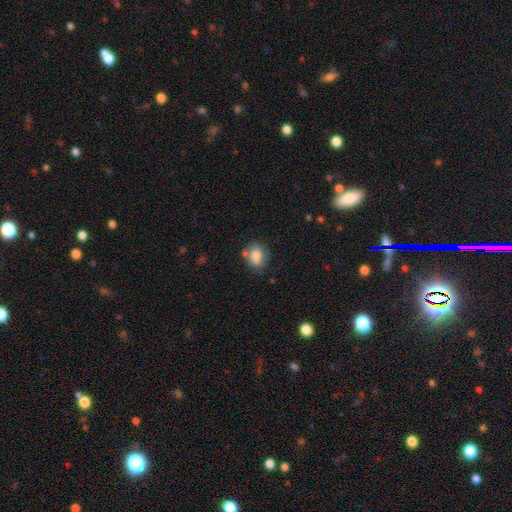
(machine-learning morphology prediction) type=smooth (78%); roundness=in between (56%); merging=none (63%).